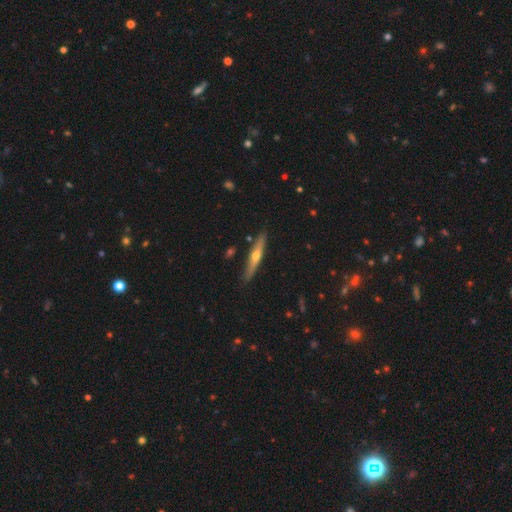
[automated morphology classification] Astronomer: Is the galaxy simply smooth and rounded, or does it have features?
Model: featured or disk — 63%.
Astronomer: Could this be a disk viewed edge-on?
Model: yes — 95%.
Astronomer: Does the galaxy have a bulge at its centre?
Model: rounded — 89%.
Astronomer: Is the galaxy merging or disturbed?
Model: none — 87%.